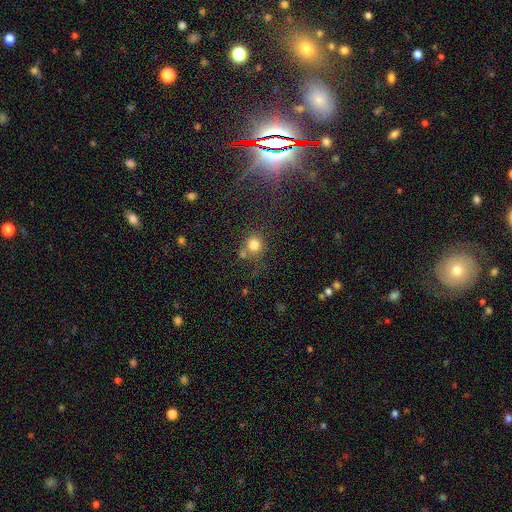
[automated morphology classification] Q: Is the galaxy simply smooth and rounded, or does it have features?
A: star or artifact — 50%.